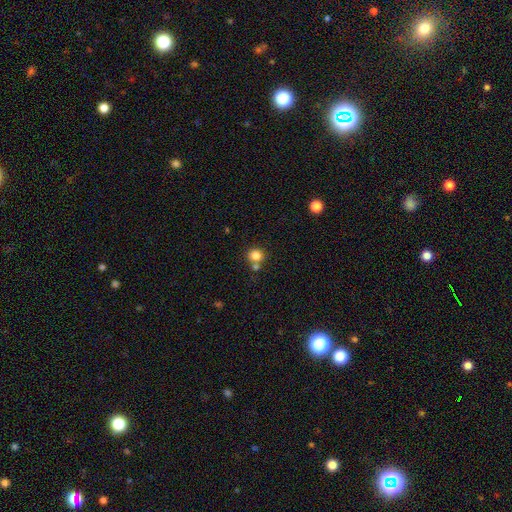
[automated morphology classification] Overall: smooth (82%). How rounded: round (86%). Merging: none (65%).